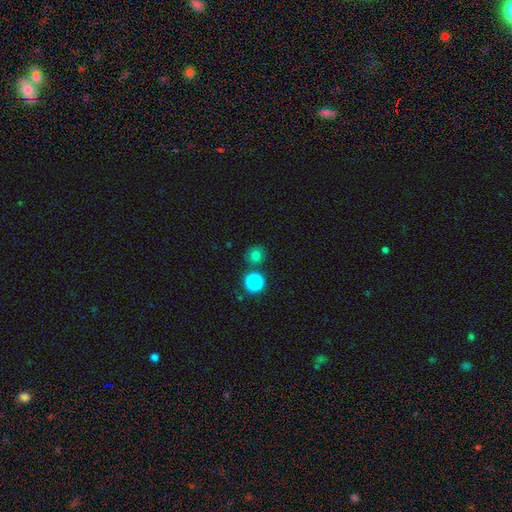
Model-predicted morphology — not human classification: This appears to be a smooth galaxy with no disk features (74%) that is round (89%). Merging: none (78%).